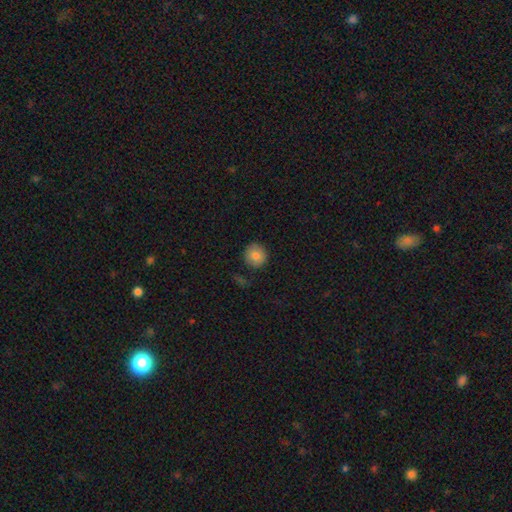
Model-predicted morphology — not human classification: A smooth galaxy with no disk features (82%) that is round (91%). Merging: none (86%).